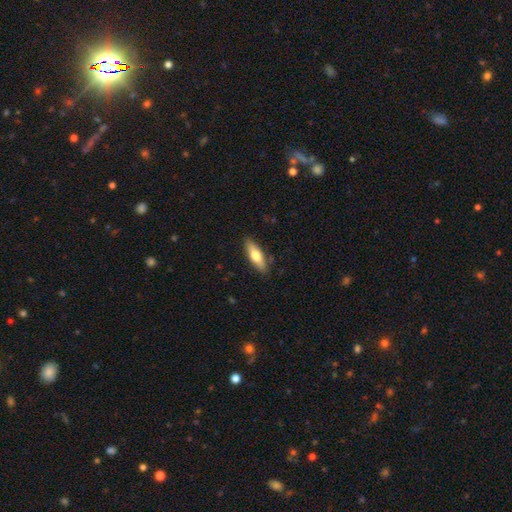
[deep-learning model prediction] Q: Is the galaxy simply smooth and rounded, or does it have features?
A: smooth — 66%.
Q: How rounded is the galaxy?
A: in between — 54%.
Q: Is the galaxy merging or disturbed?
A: none — 85%.